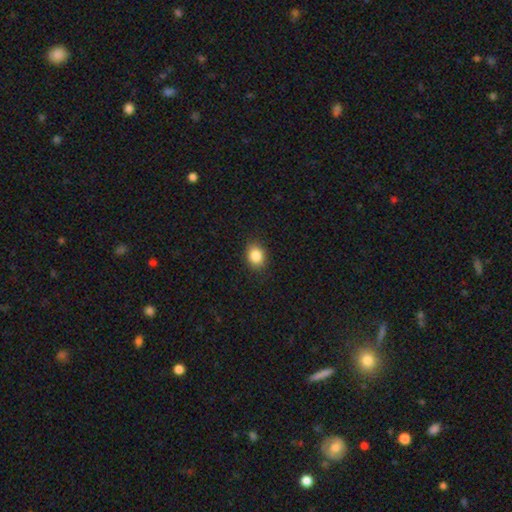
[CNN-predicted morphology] type=smooth (86%); roundness=in between (52%); merging=none (88%).